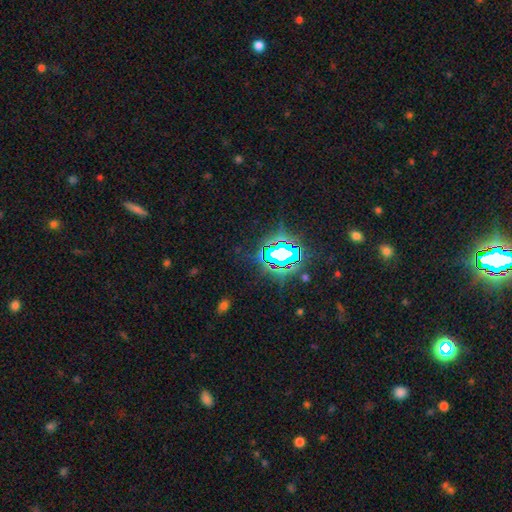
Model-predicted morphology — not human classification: type=star or artifact (78%).